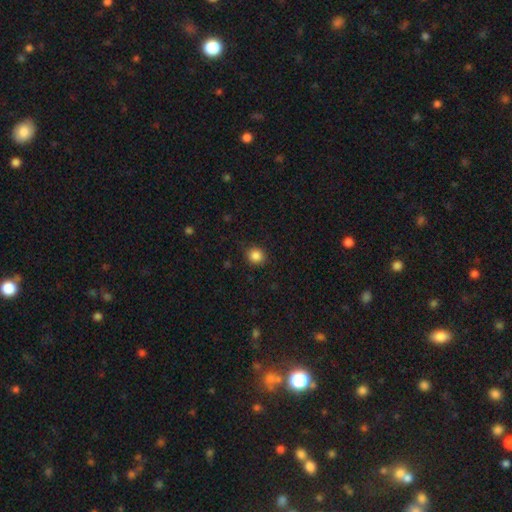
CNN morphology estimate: Q: Smooth or featured?
A: smooth (86%); runner-up: star or artifact (11%)
Q: How rounded?
A: round (87%); runner-up: in between (12%)
Q: Merging?
A: none (87%); runner-up: minor disturbance (9%)